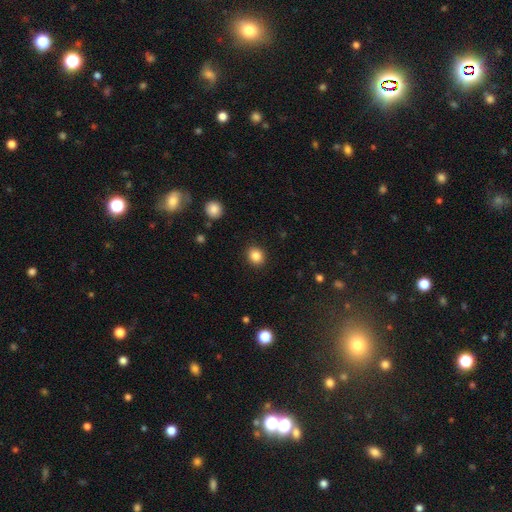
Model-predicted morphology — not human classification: This appears to be a smooth galaxy with no disk features (86%) that is round (70%). Merging: none (91%).